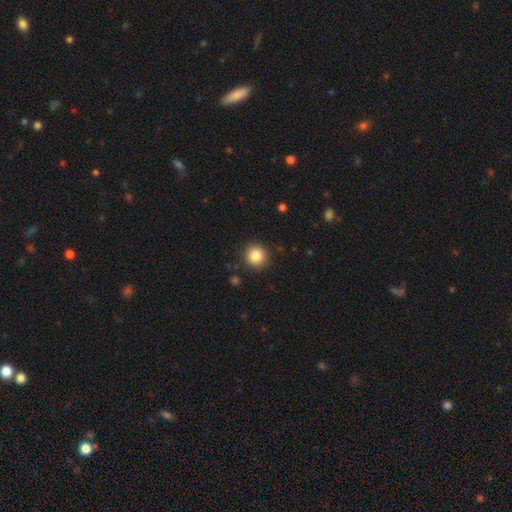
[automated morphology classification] This is clearly a smooth galaxy (85%). How rounded: clearly round (93%). Merging: clearly none (90%).